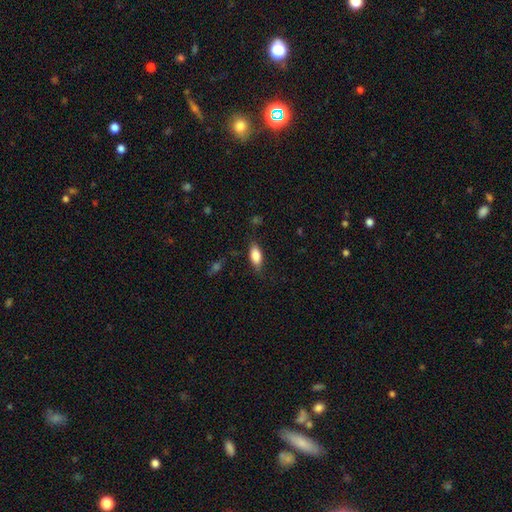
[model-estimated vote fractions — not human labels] Smooth or featured? smooth (82%)
How rounded? in between (84%)
Merging? none (77%)